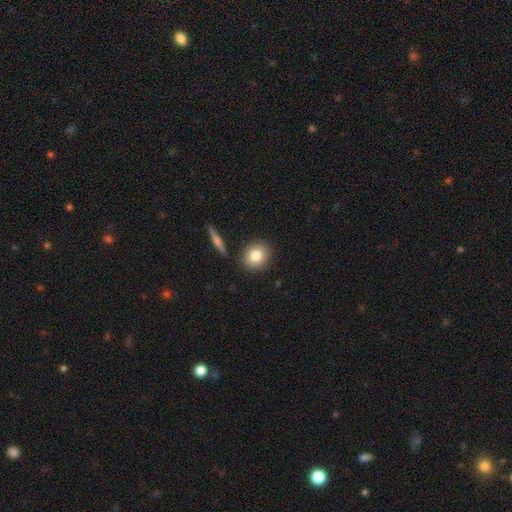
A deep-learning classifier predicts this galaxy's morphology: Smooth or featured: smooth — 82% (featured or disk — 10%)
How rounded: round — 74% (in between — 24%)
Merging: none — 86% (minor disturbance — 7%)